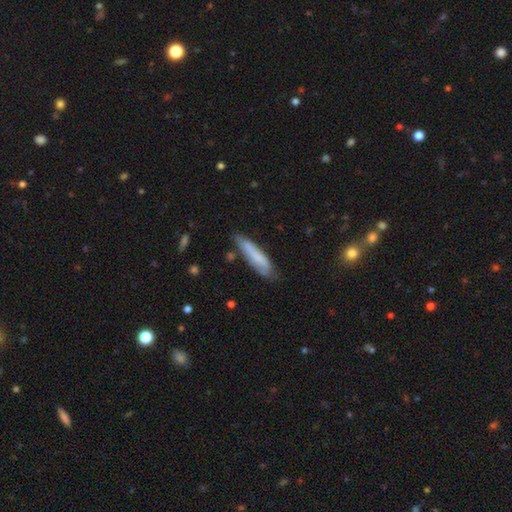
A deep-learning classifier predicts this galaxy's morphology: Overall: smooth (73%). How rounded: cigar-shaped (83%). Merging: none (70%).